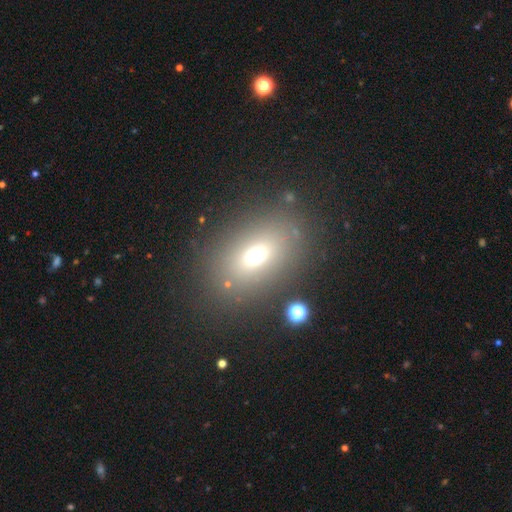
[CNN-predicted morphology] Smooth or featured: smooth — 65% (star or artifact — 19%)
How rounded: in between — 69% (round — 28%)
Merging: none — 79% (minor disturbance — 10%)